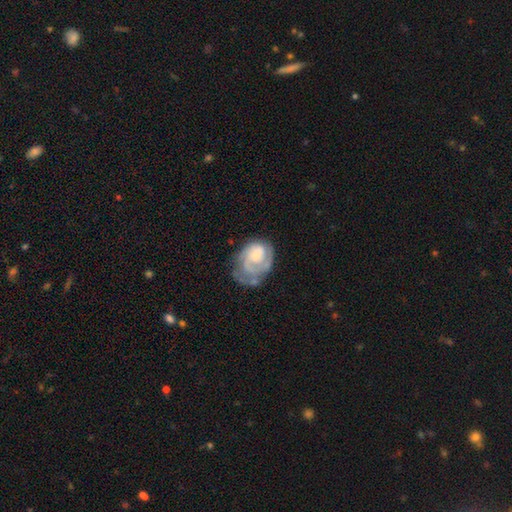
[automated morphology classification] smooth-or-featured: featured or disk: 68% | smooth: 26% | star or artifact: 6%
  disk-edge-on: no: 98% | yes: 2%
    bar: no: 70% | weak: 26% | strong: 4%
    has-spiral-arms: yes: 85% | no: 15%
      spiral-winding: tight: 54% | medium: 33% | loose: 13%
      spiral-arm-count: 1: 33% | 2: 32% | can't tell: 24% | 3: 7% | 4: 2% | more than 4: 2%
    bulge-size: small: 41% | moderate: 35% | none: 13% | large: 9% | dominant: 2%
  merging: none: 41% | minor disturbance: 29% | major disturbance: 26% | merger: 4%